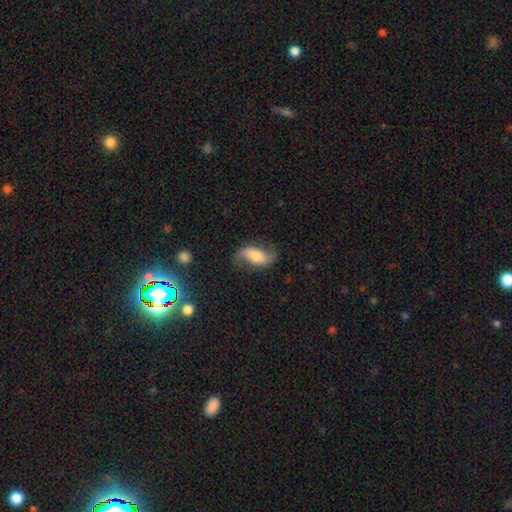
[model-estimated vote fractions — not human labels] smooth_or_featured: featured or disk (p=0.65) [alt: smooth p=0.28]
disk_edge_on: no (p=0.92) [alt: yes p=0.08]
bar: no (p=0.44) [alt: weak p=0.35]
has_spiral_arms: yes (p=0.91) [alt: no p=0.09]
spiral_winding: loose (p=0.80) [alt: medium p=0.15]
spiral_arm_count: 2 (p=0.92) [alt: can't tell p=0.03]
bulge_size: moderate (p=0.48) [alt: small p=0.22]
merging: none (p=0.71) [alt: minor disturbance p=0.19]